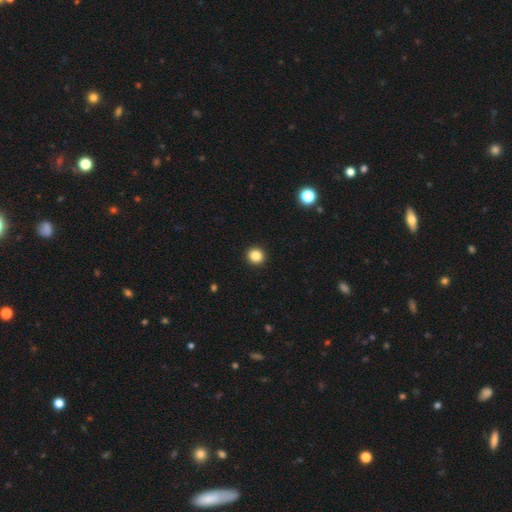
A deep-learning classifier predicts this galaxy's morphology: This appears to be a smooth galaxy with no disk features (85%) that is round (91%). Merging: none (94%).